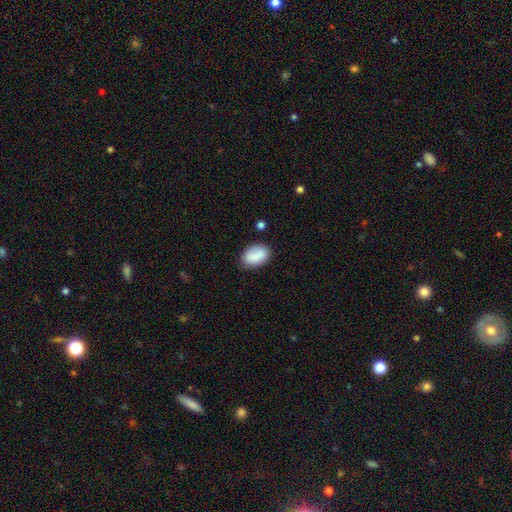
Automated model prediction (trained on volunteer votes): Smooth or featured? Predicted: smooth (p=0.85). How rounded? Predicted: in between (p=0.90). Merging? Predicted: none (p=0.76).